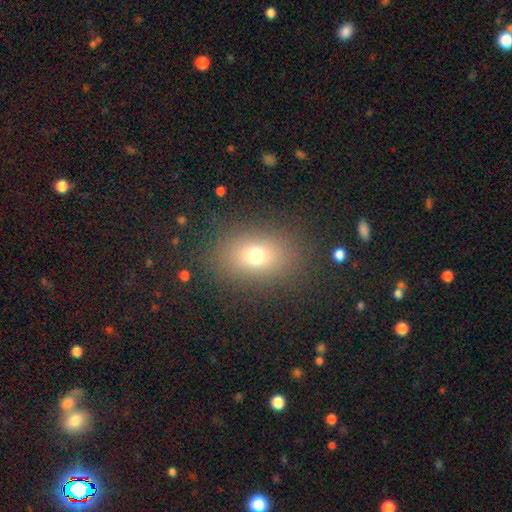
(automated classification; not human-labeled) Smooth or featured?
  - smooth: 72% *
  - star or artifact: 16%
  - featured or disk: 12%
How rounded?
  - in between: 63% *
  - round: 36%
  - cigar-shaped: 1%
Merging?
  - none: 84% *
  - minor disturbance: 10%
  - major disturbance: 5%
  - merger: 1%